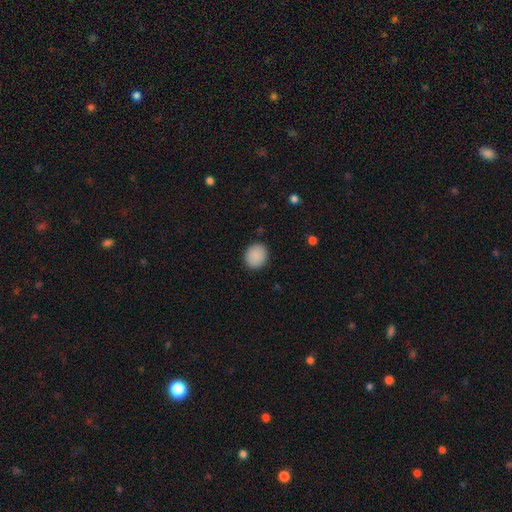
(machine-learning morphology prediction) This is clearly a smooth galaxy (89%). How rounded: likely round (75%). Merging: clearly none (90%).